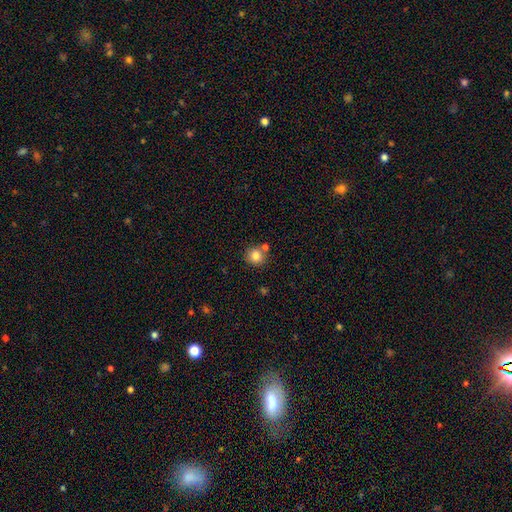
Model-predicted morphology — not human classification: This appears to be a smooth galaxy with no disk features (82%) that is round (87%). Merging: none (71%).